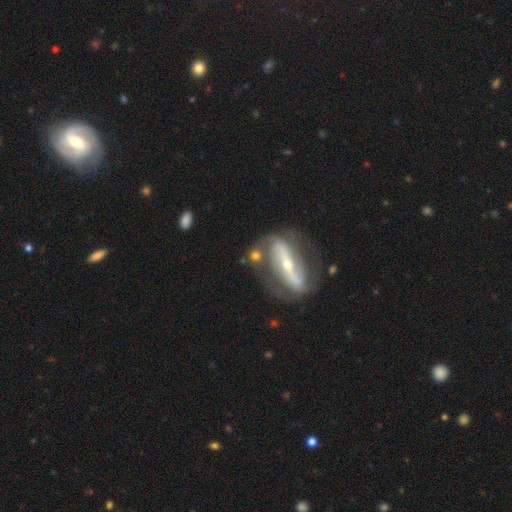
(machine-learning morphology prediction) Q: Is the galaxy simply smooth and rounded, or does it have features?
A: featured or disk — 74%.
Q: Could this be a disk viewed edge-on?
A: no — 82%.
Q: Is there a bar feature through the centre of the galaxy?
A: strong — 63%.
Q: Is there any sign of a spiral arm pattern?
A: yes — 77%.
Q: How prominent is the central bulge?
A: small — 58%.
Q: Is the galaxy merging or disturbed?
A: none — 59%.